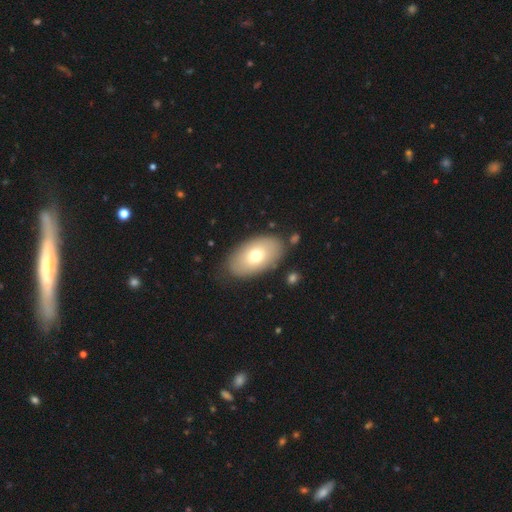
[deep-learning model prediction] smooth-or-featured: smooth: 71% | featured or disk: 22% | star or artifact: 7%
  how-rounded: in between: 93% | round: 6% | cigar-shaped: 1%
  merging: none: 82% | minor disturbance: 12% | major disturbance: 4% | merger: 3%